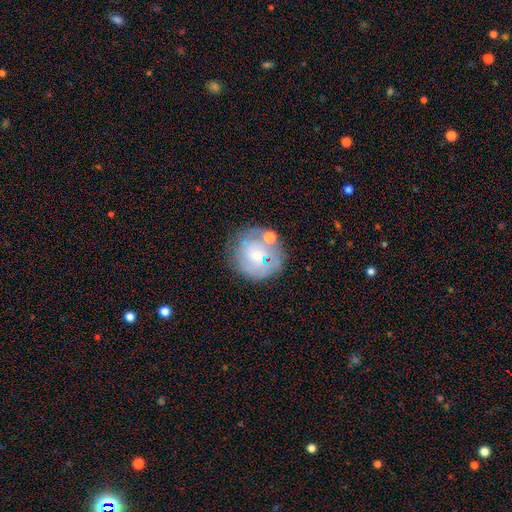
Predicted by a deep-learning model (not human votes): Overall: featured or disk (48%; smooth 43%). Merging: none (59%; minor disturbance 19%).